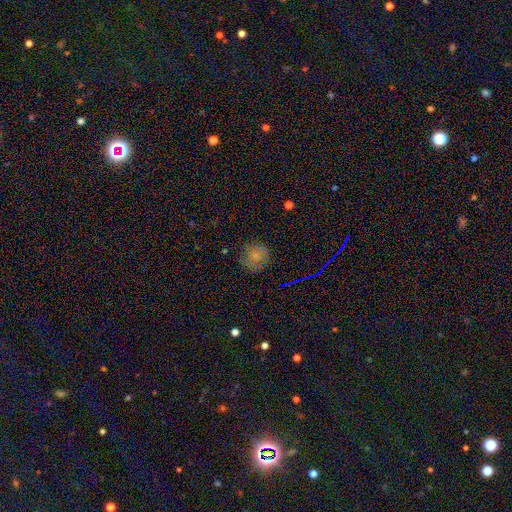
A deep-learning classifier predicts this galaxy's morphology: Overall: smooth (73%). How rounded: round (90%). Merging: none (81%).